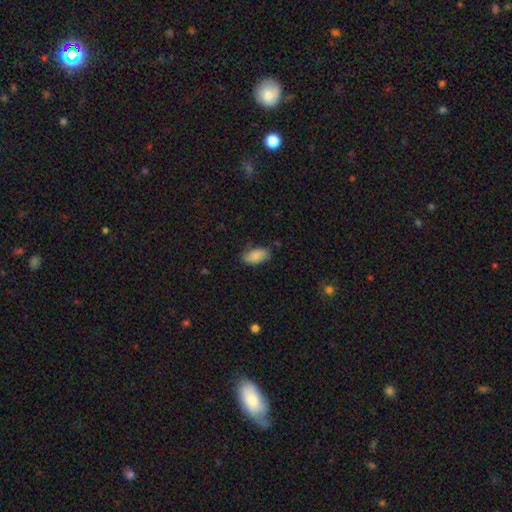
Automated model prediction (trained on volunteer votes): This is clearly a smooth galaxy (83%). How rounded: clearly in between (92%). Merging: likely none (73%).